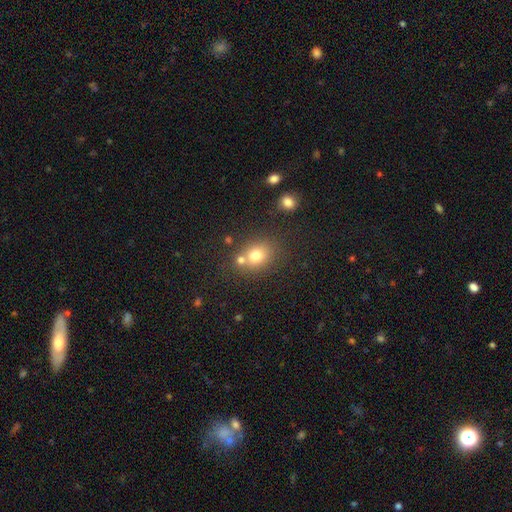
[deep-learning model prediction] Smooth or featured?
  - smooth: 75% *
  - star or artifact: 14%
  - featured or disk: 11%
How rounded?
  - round: 61% *
  - in between: 38%
  - cigar-shaped: 1%
Merging?
  - none: 59% *
  - merger: 26%
  - minor disturbance: 11%
  - major disturbance: 4%